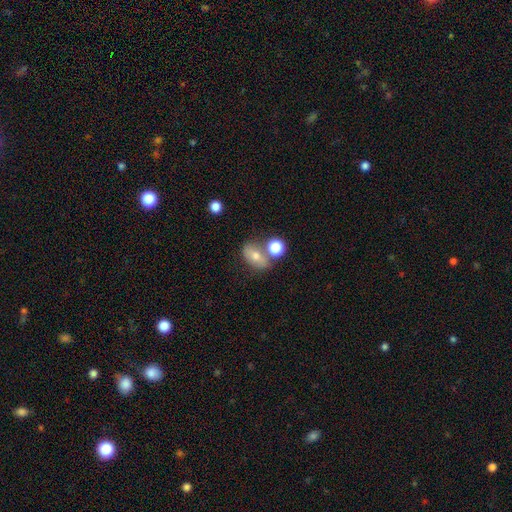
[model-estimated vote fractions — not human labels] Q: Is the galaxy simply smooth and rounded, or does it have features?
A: smooth — 67%.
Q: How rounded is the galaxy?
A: in between — 72%.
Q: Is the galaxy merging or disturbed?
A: none — 53%.